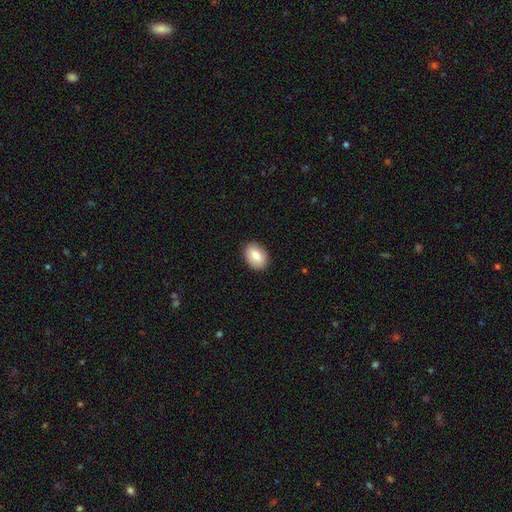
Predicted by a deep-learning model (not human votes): The model was most divided on "how rounded": in between: 81%, round: 17%, cigar-shaped: 1%. More confident: merging — none (87%); smooth or featured — smooth (80%).